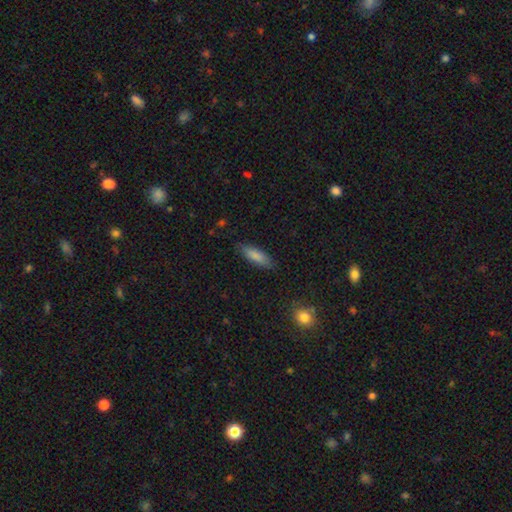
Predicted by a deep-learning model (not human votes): The model was most divided on "how rounded": cigar-shaped: 50%, in between: 48%, round: 2%. More confident: merging — none (83%); smooth or featured — smooth (82%).